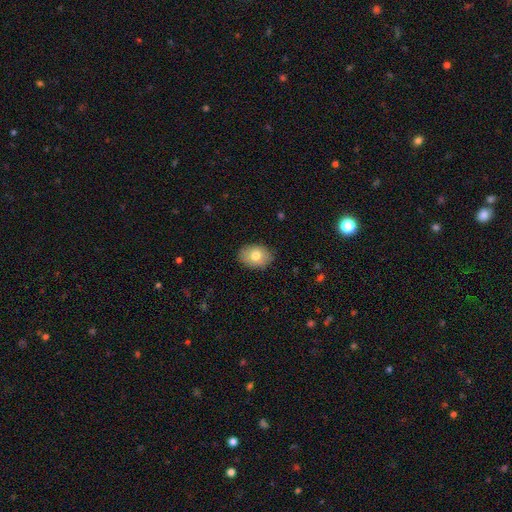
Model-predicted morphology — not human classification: Smooth or featured? smooth (77%)
How rounded? in between (71%)
Merging? none (87%)